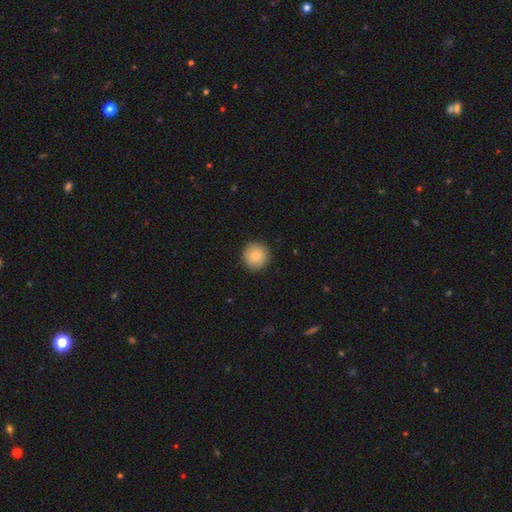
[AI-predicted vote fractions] This is clearly a smooth galaxy (81%). How rounded: clearly round (94%). Merging: clearly none (90%).